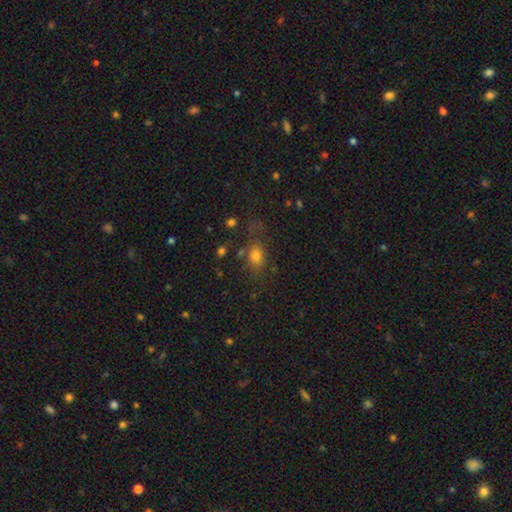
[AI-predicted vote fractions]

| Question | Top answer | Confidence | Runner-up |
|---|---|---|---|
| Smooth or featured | smooth | 70% | star or artifact (19%) |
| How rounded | in between | 62% | round (32%) |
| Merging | none | 64% | minor disturbance (18%) |